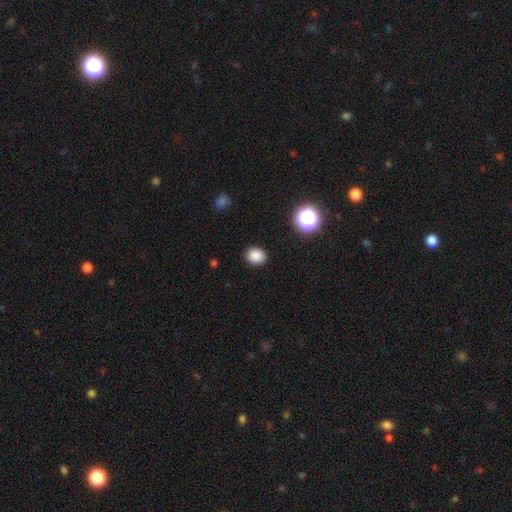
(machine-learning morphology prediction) smooth 85%, star or artifact 12%, featured or disk 3%. Down the decision tree: how rounded — round (63%); merging — none (90%).